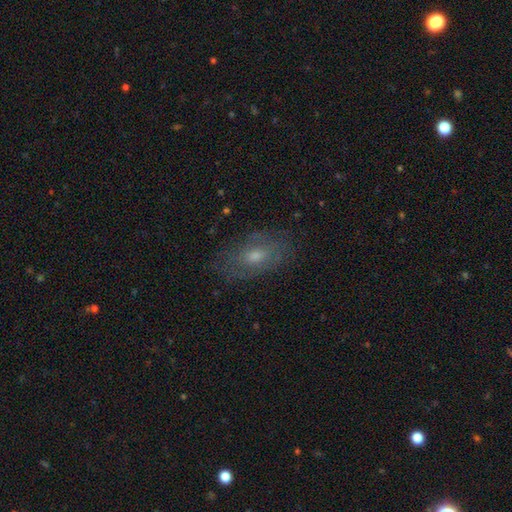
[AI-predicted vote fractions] Morphology: type=featured or disk (46%); merging=none (73%).